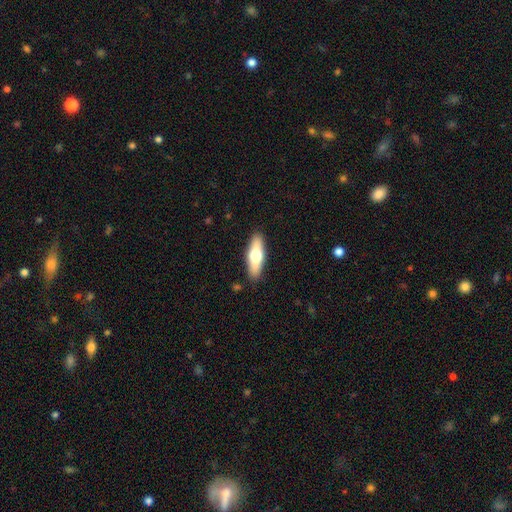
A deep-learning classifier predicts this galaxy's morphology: Smooth or featured: smooth — 58% (featured or disk — 36%)
How rounded: in between — 54% (cigar-shaped — 43%)
Merging: none — 89% (minor disturbance — 8%)